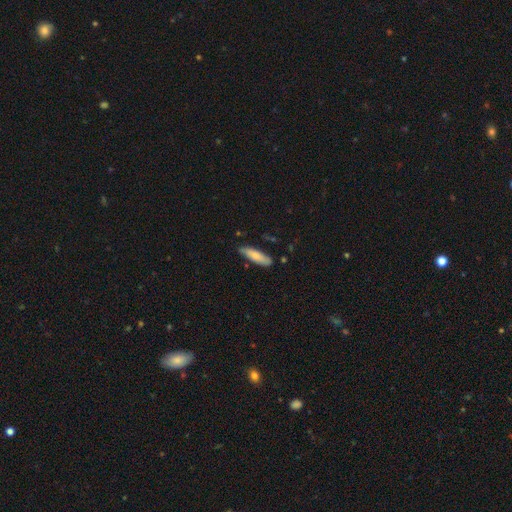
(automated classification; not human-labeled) smooth-or-featured: smooth: 76% | featured or disk: 18% | star or artifact: 6%
  how-rounded: cigar-shaped: 62% | in between: 36% | round: 2%
  merging: none: 78% | minor disturbance: 18% | major disturbance: 3% | merger: 2%